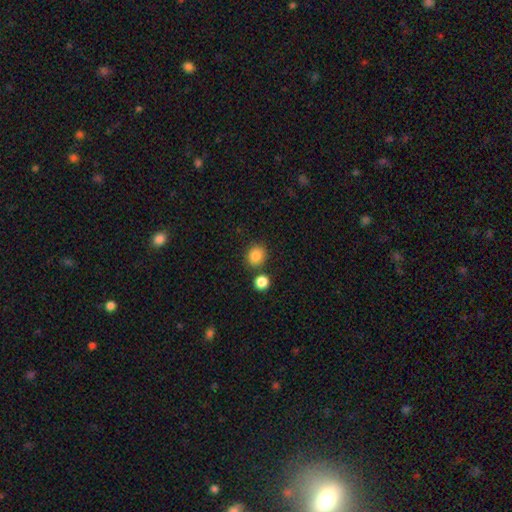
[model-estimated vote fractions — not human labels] Morphology: type=smooth (86%); roundness=round (78%); merging=none (79%).